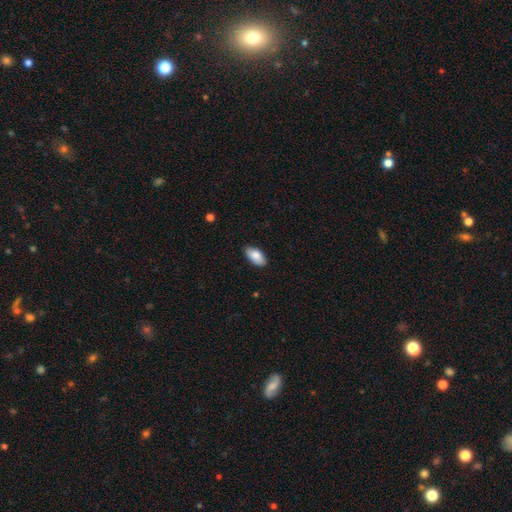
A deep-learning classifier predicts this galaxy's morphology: This appears to be a smooth galaxy with no disk features (85%) that is in between round and cigar-shaped (94%). Merging: none (86%).